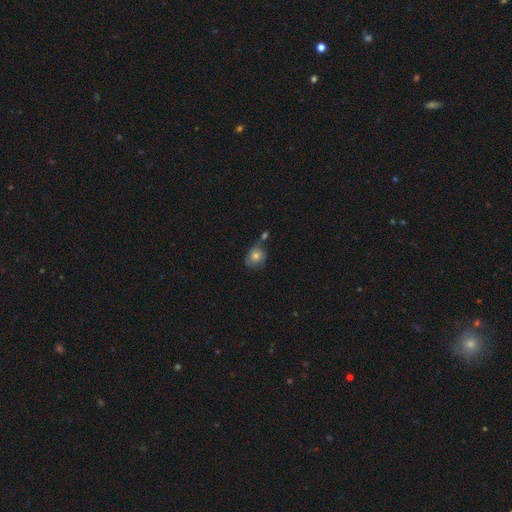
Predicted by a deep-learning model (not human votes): Smooth or featured? Predicted: smooth (p=0.67). How rounded? Predicted: round (p=0.67). Merging? Predicted: none (p=0.47).